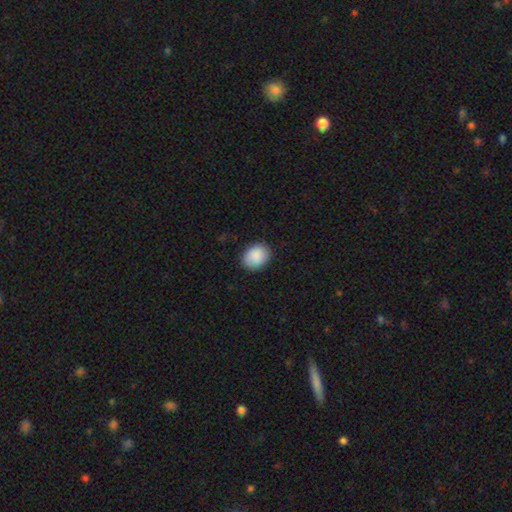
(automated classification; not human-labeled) A smooth galaxy with no disk features (90%) that is in between round and cigar-shaped (63%).

Vote fractions:
- Smooth or featured? smooth: 90% / star or artifact: 6% / featured or disk: 4%
- How rounded? in between: 63% / round: 36% / cigar-shaped: 1%
- Merging? none: 87% / minor disturbance: 10% / major disturbance: 2% / merger: 1%